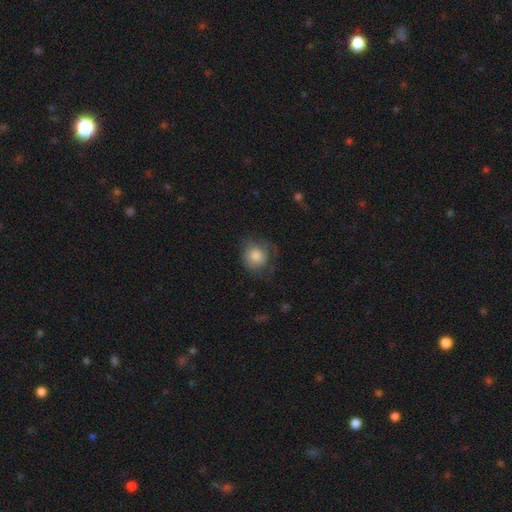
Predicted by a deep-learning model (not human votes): smooth 71%, featured or disk 21%, star or artifact 8%. Down the decision tree: how rounded — round (83%); merging — none (54%).